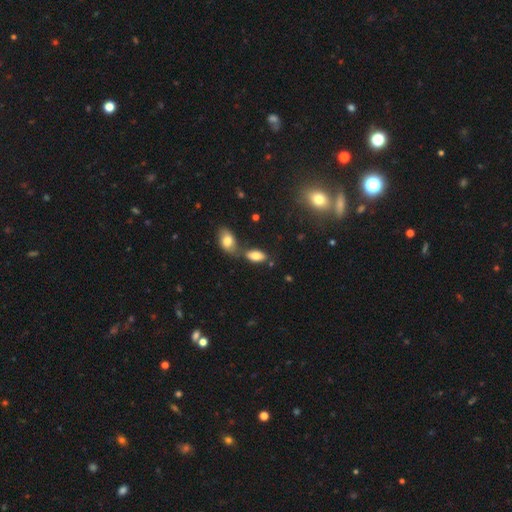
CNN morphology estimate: Smooth or featured: smooth — 80% (featured or disk — 11%)
How rounded: in between — 91% (cigar-shaped — 5%)
Merging: none — 53% (merger — 30%)